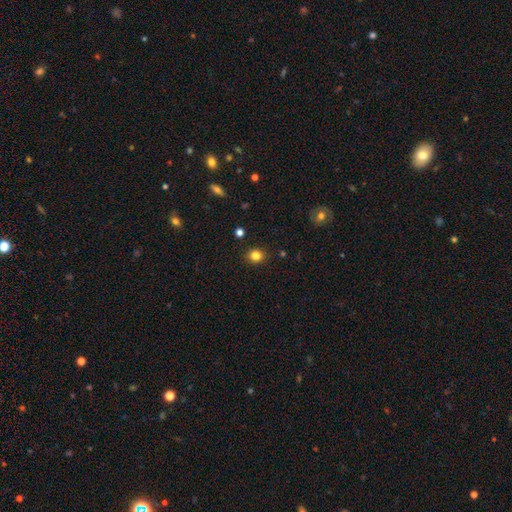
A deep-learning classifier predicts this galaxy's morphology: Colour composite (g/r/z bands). It shows a smooth galaxy with no disk features (82%) that is round (77%). Merging: none (89%).